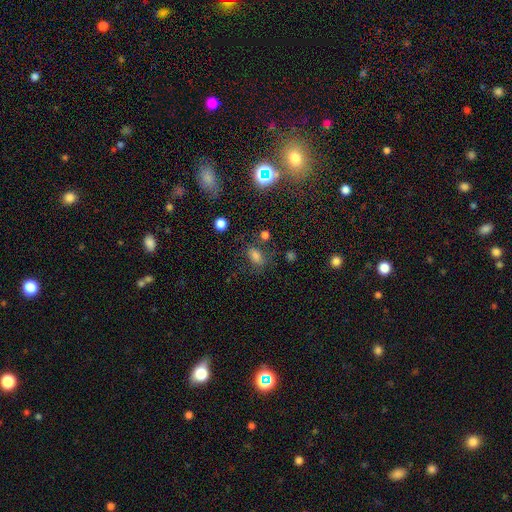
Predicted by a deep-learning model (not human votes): Smooth or featured?
  - smooth: 61% *
  - star or artifact: 27%
  - featured or disk: 12%
How rounded?
  - in between: 75% *
  - round: 22%
  - cigar-shaped: 3%
Merging?
  - none: 67% *
  - minor disturbance: 18%
  - major disturbance: 10%
  - merger: 5%